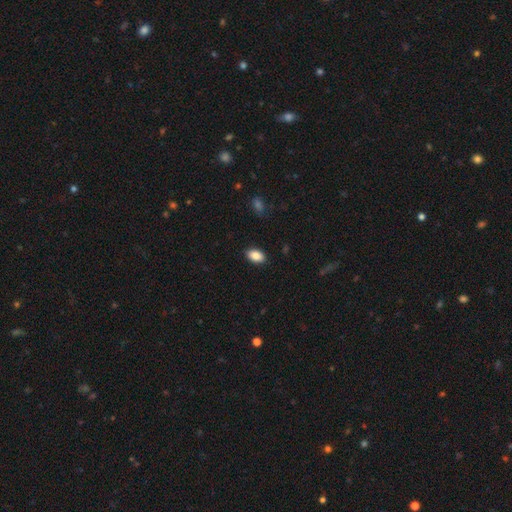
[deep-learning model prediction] Morphology: type=smooth (87%); roundness=in between (92%); merging=none (88%).